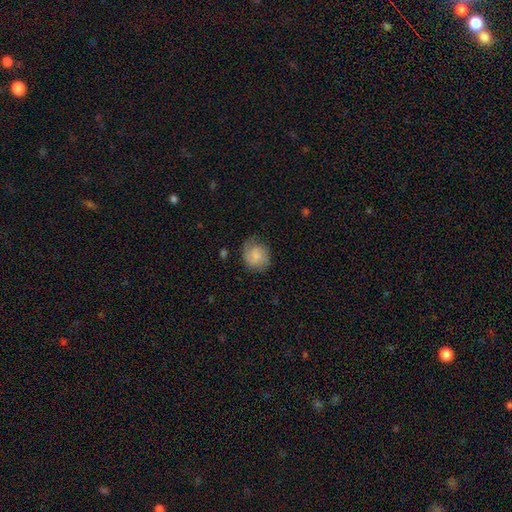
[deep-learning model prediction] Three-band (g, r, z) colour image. It shows a smooth galaxy with no disk features (69%) that is round (70%). Merging: none (64%).